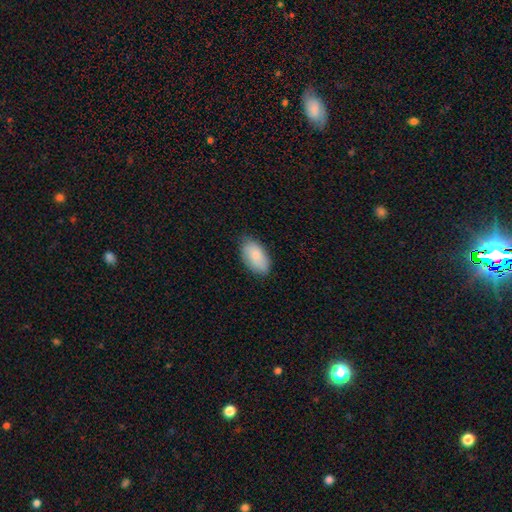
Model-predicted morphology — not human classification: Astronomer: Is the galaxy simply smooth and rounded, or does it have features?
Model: smooth — 80%.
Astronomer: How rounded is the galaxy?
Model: in between — 94%.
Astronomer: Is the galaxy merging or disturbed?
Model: none — 80%.